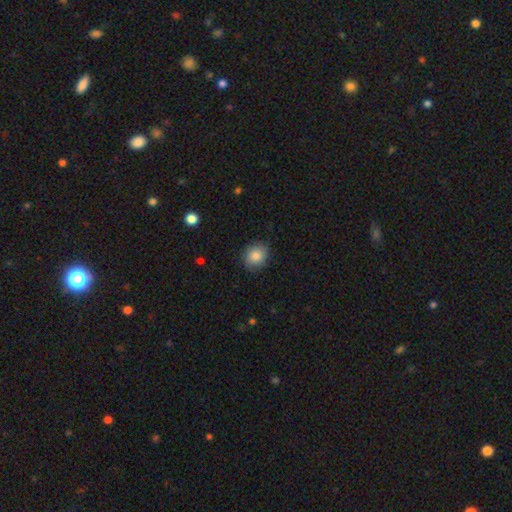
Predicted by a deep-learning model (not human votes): Q: Smooth or featured?
A: smooth (84%); runner-up: star or artifact (8%)
Q: How rounded?
A: round (61%); runner-up: in between (38%)
Q: Merging?
A: none (83%); runner-up: minor disturbance (13%)